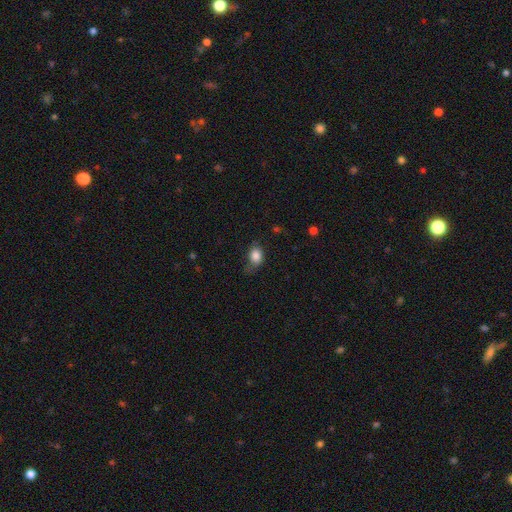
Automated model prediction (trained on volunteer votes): A smooth galaxy with no disk features (84%) that is in between round and cigar-shaped (68%).

Vote fractions:
- Smooth or featured? smooth: 84% / star or artifact: 9% / featured or disk: 7%
- How rounded? in between: 68% / round: 31% / cigar-shaped: 1%
- Merging? none: 55% / minor disturbance: 32% / major disturbance: 11% / merger: 2%